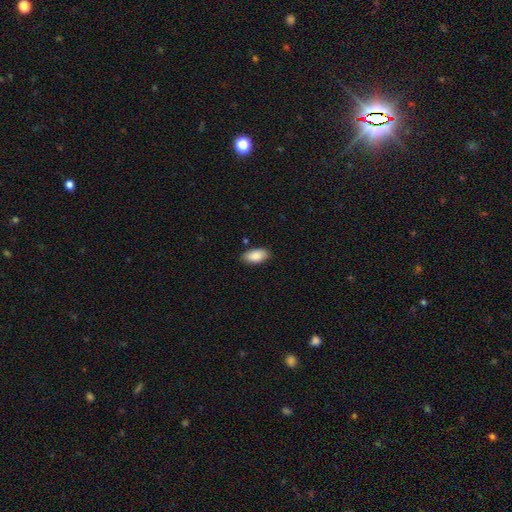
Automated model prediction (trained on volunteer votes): Smooth or featured? Predicted: smooth (p=0.88). How rounded? Predicted: in between (p=0.94). Merging? Predicted: none (p=0.85).